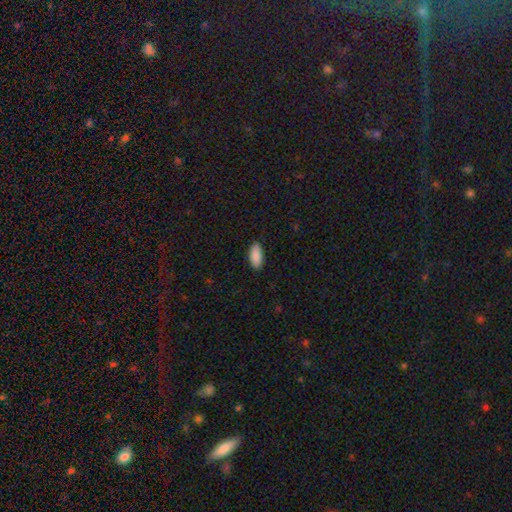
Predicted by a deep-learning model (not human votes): Smooth or featured? smooth (91%)
How rounded? in between (87%)
Merging? none (89%)